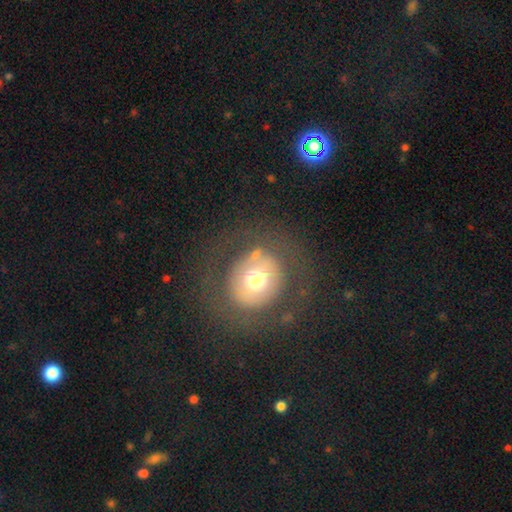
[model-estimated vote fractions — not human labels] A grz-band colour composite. It shows a smooth galaxy with no disk features (52%) that is round (86%). Merging: none (78%).